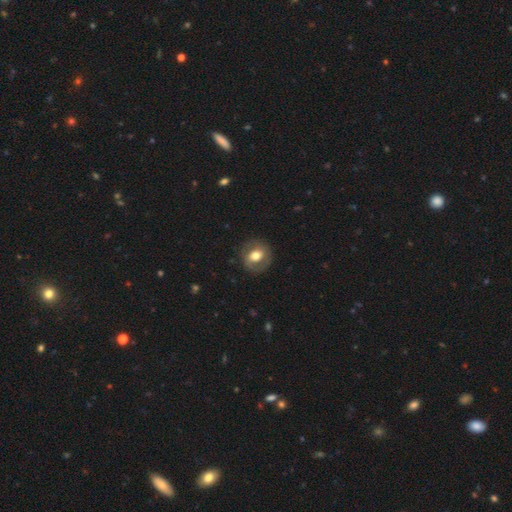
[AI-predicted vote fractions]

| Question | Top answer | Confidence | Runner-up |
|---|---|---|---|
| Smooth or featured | smooth | 52% | featured or disk (40%) |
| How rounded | round | 72% | in between (27%) |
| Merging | none | 81% | minor disturbance (12%) |